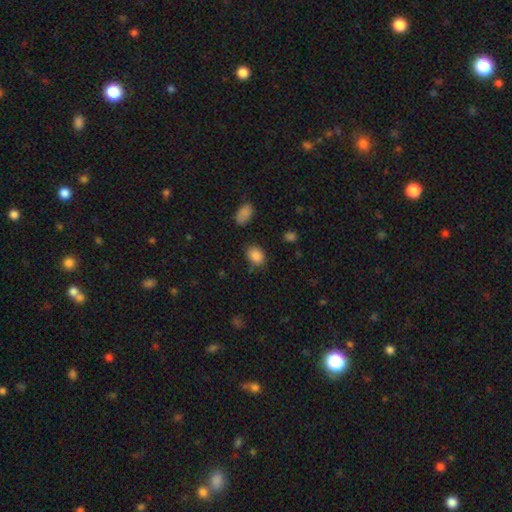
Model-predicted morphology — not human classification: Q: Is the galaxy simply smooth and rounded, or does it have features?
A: smooth — 87%.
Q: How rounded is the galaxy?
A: in between — 67%.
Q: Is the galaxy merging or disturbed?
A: none — 74%.